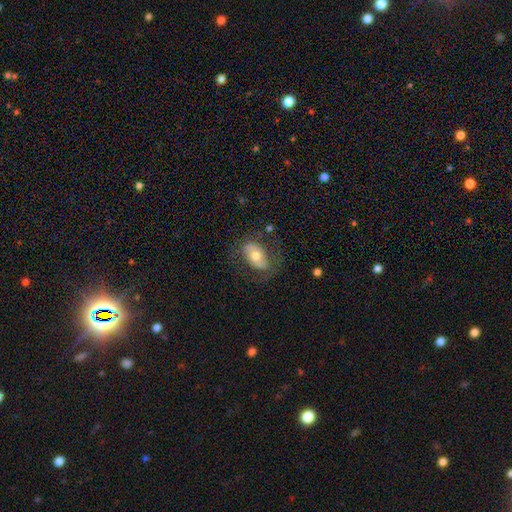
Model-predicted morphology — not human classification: smooth-or-featured: smooth: 48% | featured or disk: 44% | star or artifact: 8%
  merging: none: 64% | minor disturbance: 19% | major disturbance: 14% | merger: 2%